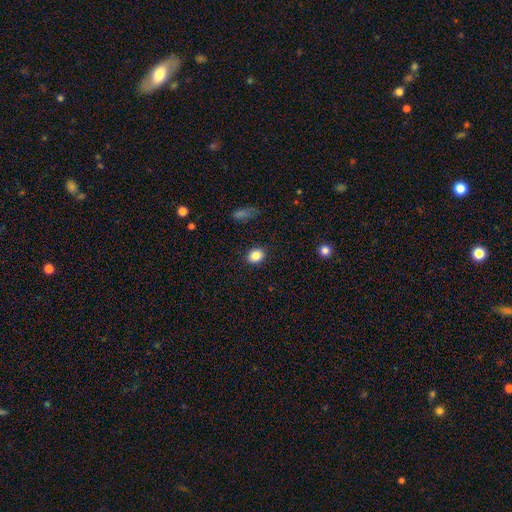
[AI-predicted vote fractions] A smooth galaxy with no disk features (86%) that is round (51%).

Vote fractions:
- Smooth or featured? smooth: 86% / star or artifact: 9% / featured or disk: 4%
- How rounded? round: 51% / in between: 47% / cigar-shaped: 1%
- Merging? none: 88% / minor disturbance: 8% / major disturbance: 2% / merger: 1%